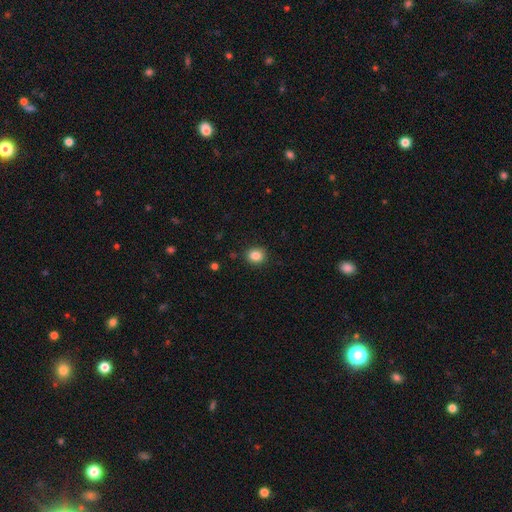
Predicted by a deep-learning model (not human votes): The model was most divided on "how rounded": round: 73%, in between: 26%, cigar-shaped: 1%. More confident: merging — none (89%); smooth or featured — smooth (85%).